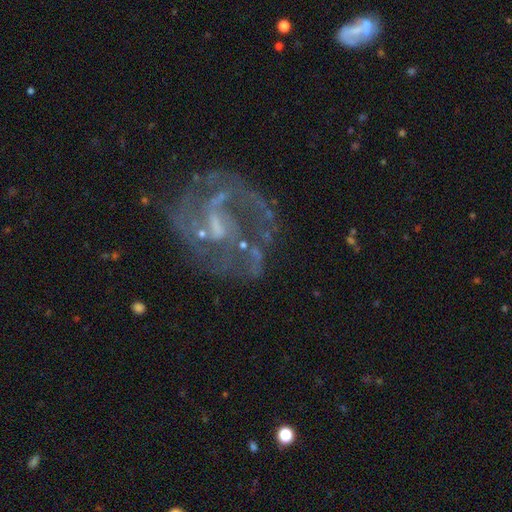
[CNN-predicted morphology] The model was most divided on "bulge size": small: 38%, none: 34%, moderate: 25%, large: 2%, dominant: 1%. Remaining: edge-on disk — no (98%); spiral arms — yes (88%); smooth or featured — featured or disk (84%); merging — none (56%); bar — weak (53%); spiral winding — medium (48%); spiral arm count — 2 (46%).